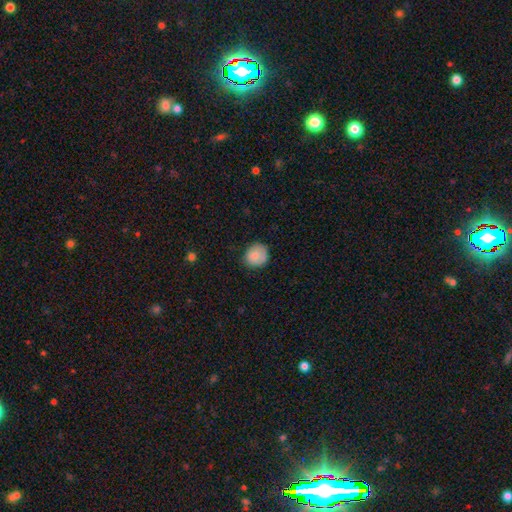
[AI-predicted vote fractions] smooth-or-featured: smooth: 81% | featured or disk: 11% | star or artifact: 8%
  how-rounded: round: 84% | in between: 15% | cigar-shaped: 1%
  merging: none: 75% | minor disturbance: 20% | major disturbance: 4% | merger: 1%